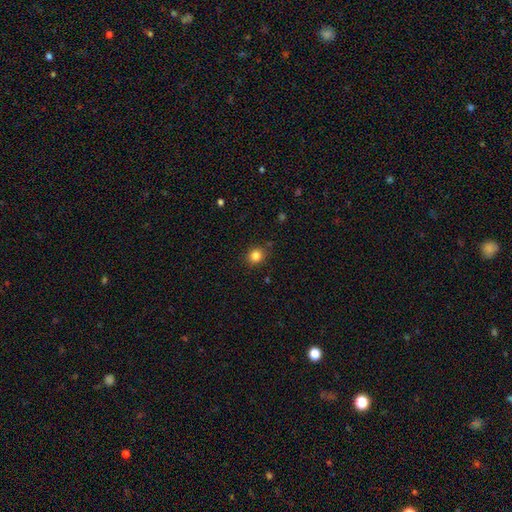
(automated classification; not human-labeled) Morphology: type=smooth (83%); roundness=round (83%); merging=none (86%).